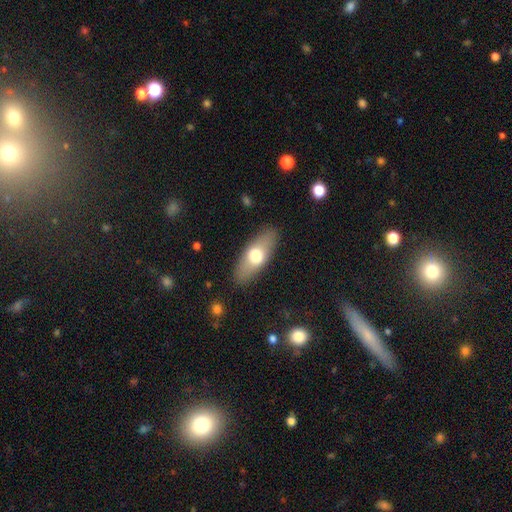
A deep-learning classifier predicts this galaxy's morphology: smooth-or-featured: smooth: 63% | featured or disk: 30% | star or artifact: 6%
  how-rounded: in between: 73% | cigar-shaped: 23% | round: 4%
  merging: none: 87% | minor disturbance: 9% | major disturbance: 3% | merger: 1%